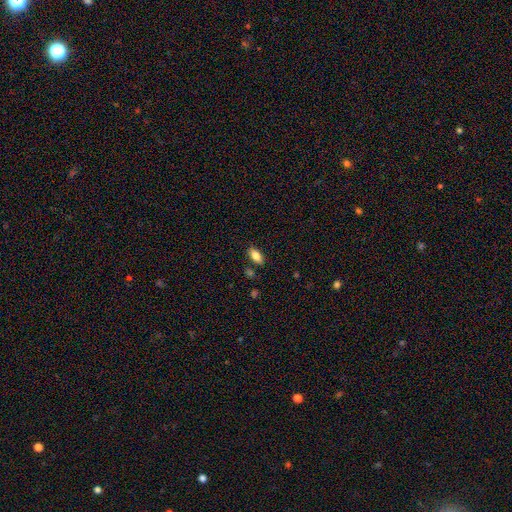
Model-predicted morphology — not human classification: smooth 79%, featured or disk 13%, star or artifact 8%. Down the decision tree: how rounded — in between (88%); merging — none (83%).